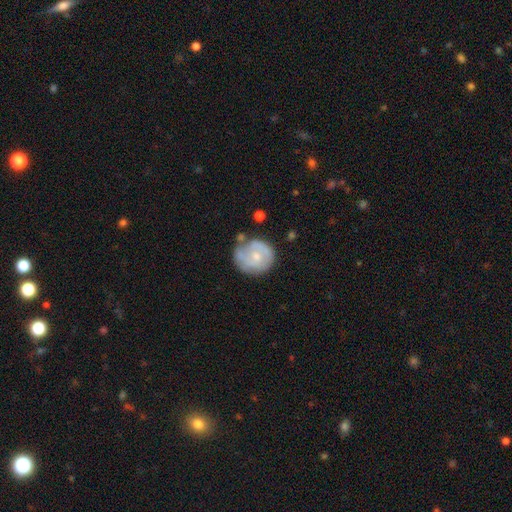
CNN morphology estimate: type=featured or disk (64%); edge-on=no (98%); bar=no (66%); spiral arms=yes (80%); winding=tight (49%); arm count=2 (51%); bulge=small (56%); merging=none (65%).